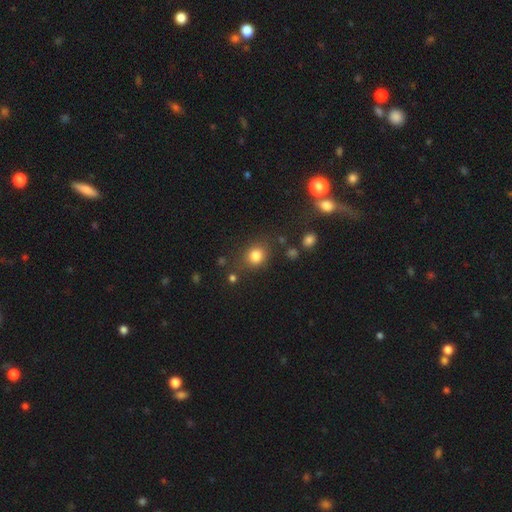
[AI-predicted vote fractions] Smooth or featured: smooth — 81% (star or artifact — 13%)
How rounded: round — 74% (in between — 25%)
Merging: none — 77% (minor disturbance — 13%)